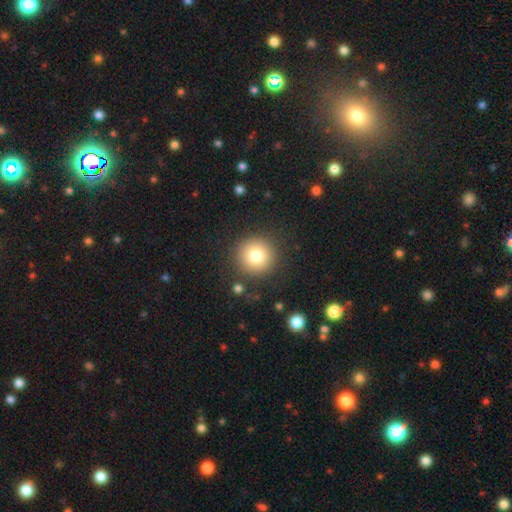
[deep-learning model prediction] smooth 81%, star or artifact 11%, featured or disk 9%. Down the decision tree: how rounded — round (95%); merging — none (88%).